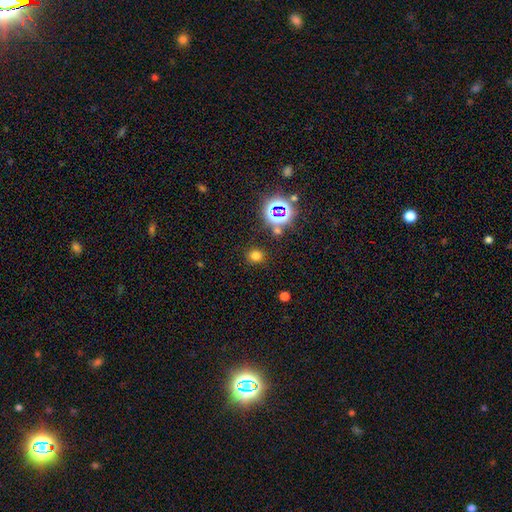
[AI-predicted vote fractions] A smooth galaxy with no disk features (70%) that is round (83%).

Vote fractions:
- Smooth or featured? smooth: 70% / star or artifact: 24% / featured or disk: 6%
- How rounded? round: 83% / in between: 16% / cigar-shaped: 1%
- Merging? none: 86% / minor disturbance: 8% / major disturbance: 3% / merger: 3%